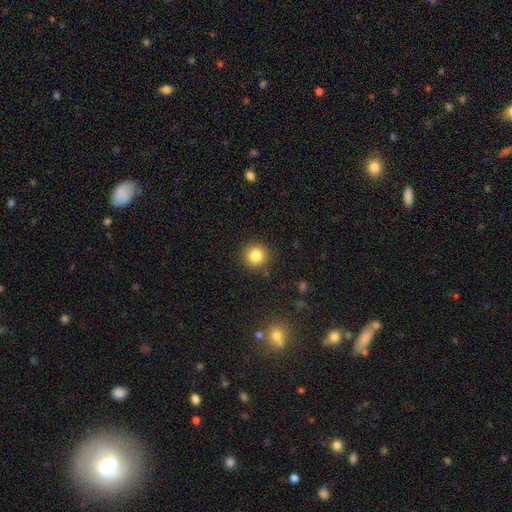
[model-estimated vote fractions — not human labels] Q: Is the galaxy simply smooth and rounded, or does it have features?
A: smooth — 82%.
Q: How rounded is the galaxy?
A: round — 93%.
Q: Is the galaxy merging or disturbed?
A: none — 89%.